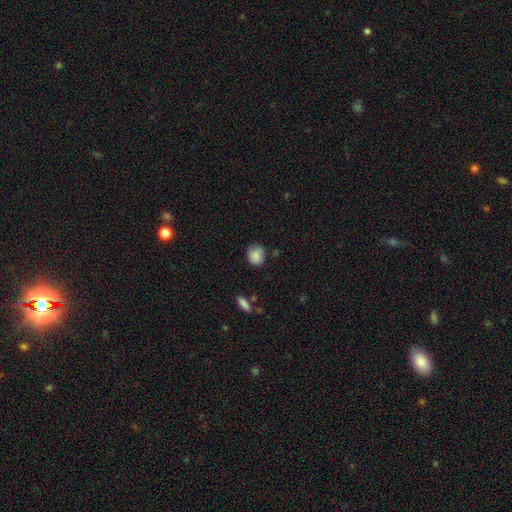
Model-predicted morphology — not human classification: Q: Smooth or featured?
A: smooth (85%); runner-up: star or artifact (8%)
Q: How rounded?
A: round (62%); runner-up: in between (37%)
Q: Merging?
A: none (73%); runner-up: minor disturbance (20%)